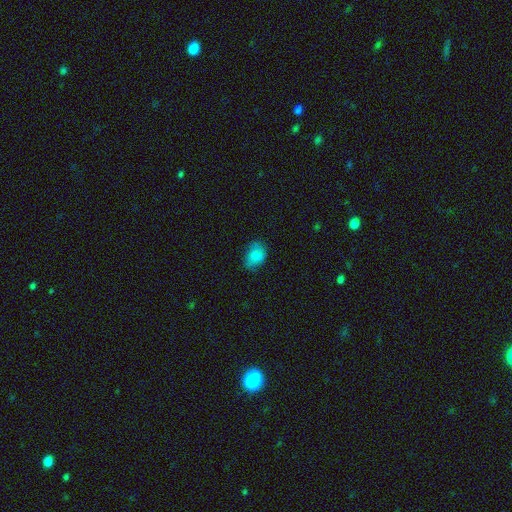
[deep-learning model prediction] The model was most divided on "merging": none: 68%, minor disturbance: 24%, major disturbance: 7%, merger: 1%. More confident: smooth or featured — smooth (81%); how rounded — in between (73%).